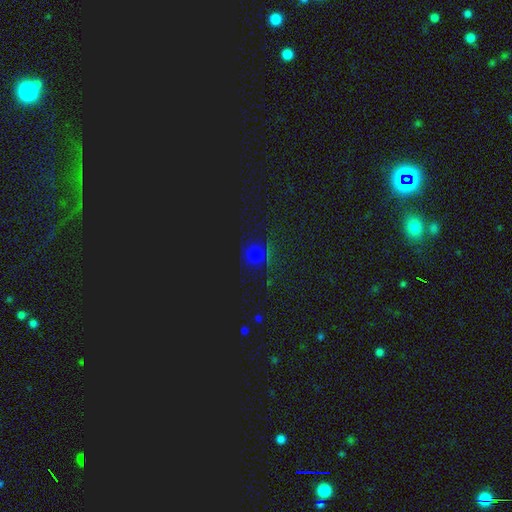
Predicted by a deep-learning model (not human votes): The model was most divided on "smooth or featured": star or artifact: 50%, smooth: 44%, featured or disk: 6%.